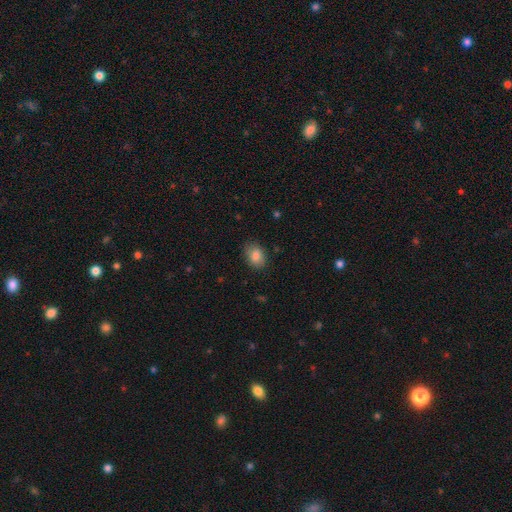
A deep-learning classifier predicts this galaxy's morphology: A smooth galaxy with no disk features (84%) that is in between round and cigar-shaped (79%).

Vote fractions:
- Smooth or featured? smooth: 84% / featured or disk: 8% / star or artifact: 8%
- How rounded? in between: 79% / round: 19% / cigar-shaped: 1%
- Merging? none: 81% / minor disturbance: 14% / major disturbance: 3% / merger: 1%